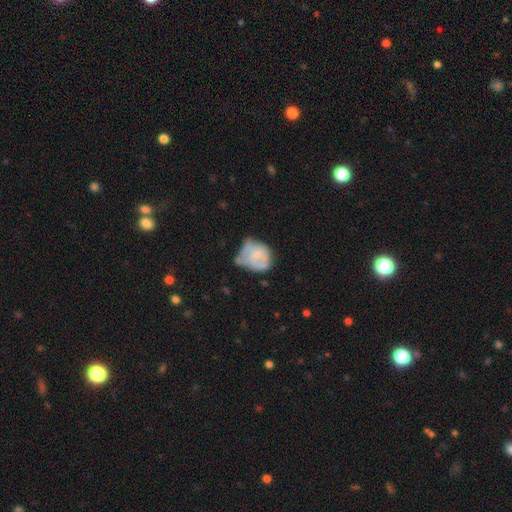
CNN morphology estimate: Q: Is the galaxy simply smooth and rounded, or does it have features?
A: smooth — 49%.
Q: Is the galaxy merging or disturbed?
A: minor disturbance — 36%.